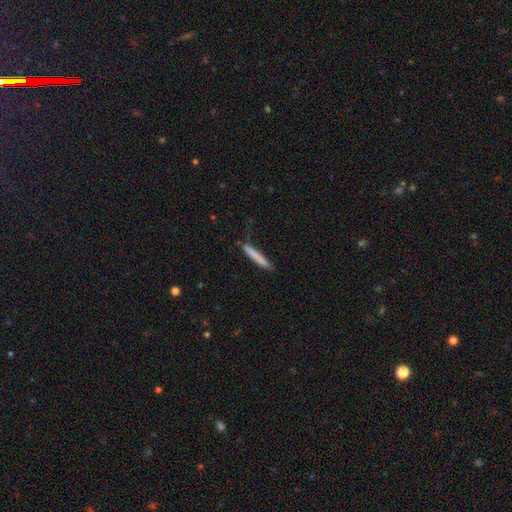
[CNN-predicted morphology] This is likely a smooth galaxy (75%). How rounded: clearly cigar-shaped (96%). Merging: likely none (74%).